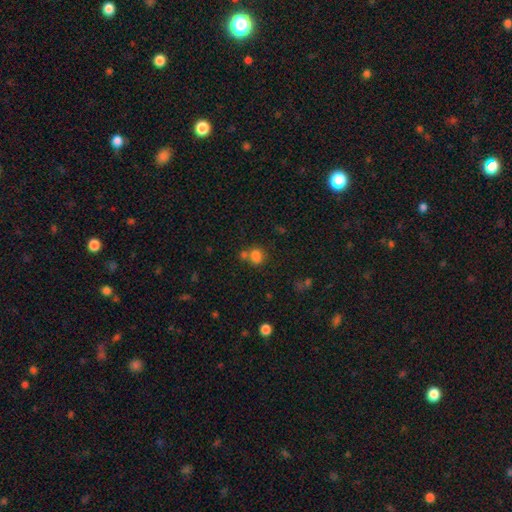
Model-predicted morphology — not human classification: This appears to be a smooth galaxy with no disk features (80%) that is round (55%). Merging: none (51%).